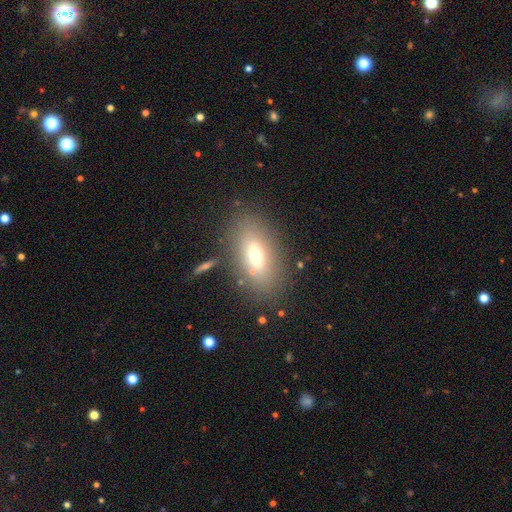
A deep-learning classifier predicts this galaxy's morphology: This is likely a smooth galaxy (63%). How rounded: clearly in between (83%). Merging: likely none (79%).